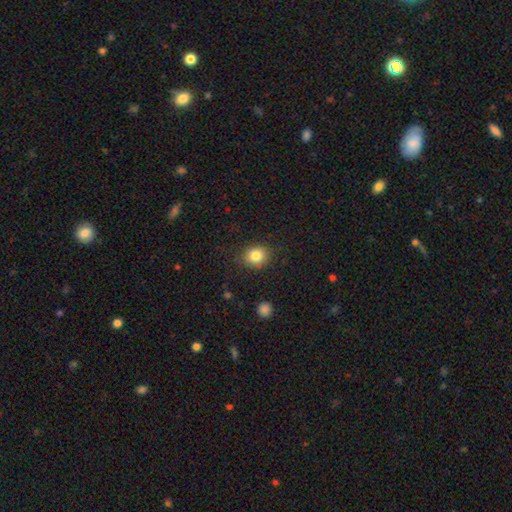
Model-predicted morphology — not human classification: Smooth or featured? Predicted: smooth (p=0.83). How rounded? Predicted: round (p=0.74). Merging? Predicted: none (p=0.84).